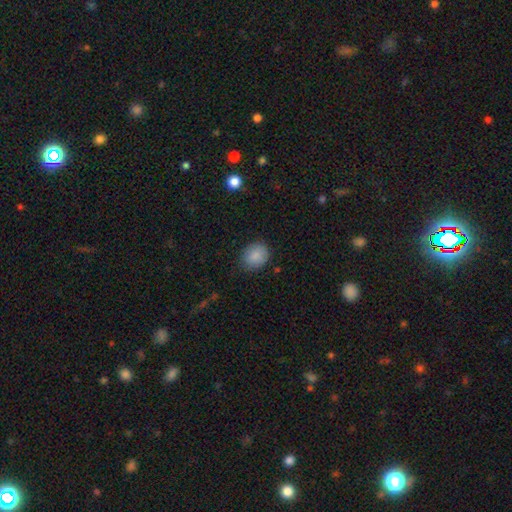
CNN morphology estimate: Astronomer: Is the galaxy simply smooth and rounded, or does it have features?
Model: smooth — 88%.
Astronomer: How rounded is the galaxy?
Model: round — 53% (runner-up: in between, 46%).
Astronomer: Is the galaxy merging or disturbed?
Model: none — 82%.